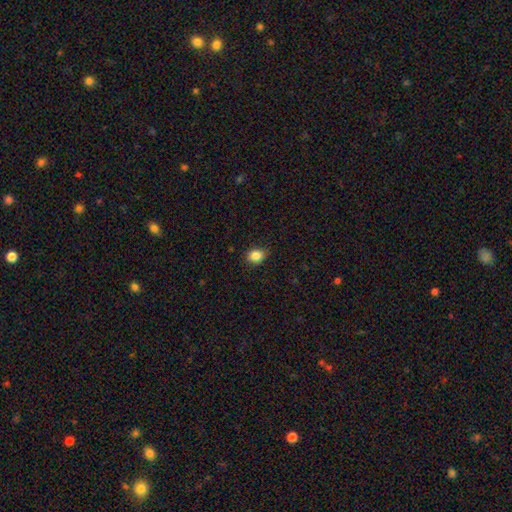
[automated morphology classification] Smooth or featured? Predicted: smooth (p=0.86). How rounded? Predicted: round (p=0.53). Merging? Predicted: none (p=0.84).